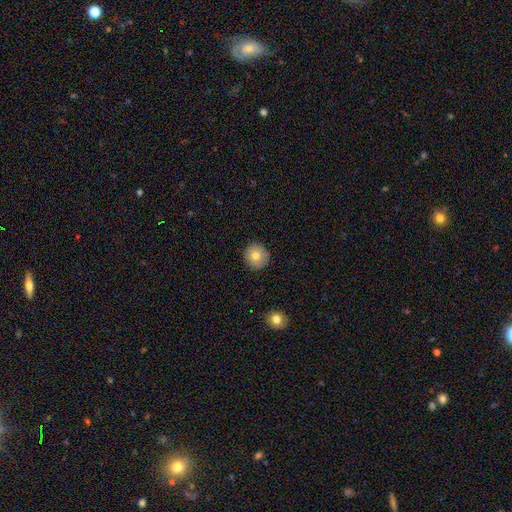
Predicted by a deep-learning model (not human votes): Smooth or featured? Predicted: smooth (p=0.78). How rounded? Predicted: round (p=0.93). Merging? Predicted: none (p=0.90).